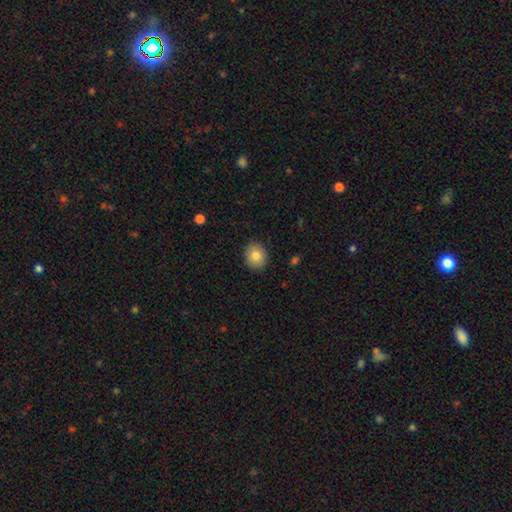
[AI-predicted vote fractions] Smooth or featured?
  - smooth: 81% *
  - featured or disk: 10%
  - star or artifact: 9%
How rounded?
  - round: 81% *
  - in between: 18%
  - cigar-shaped: 1%
Merging?
  - none: 90% *
  - minor disturbance: 7%
  - major disturbance: 2%
  - merger: 1%